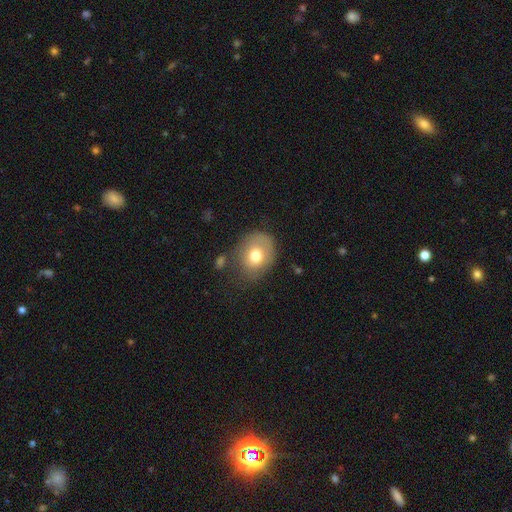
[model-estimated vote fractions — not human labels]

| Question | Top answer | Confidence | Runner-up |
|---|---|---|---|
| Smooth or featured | smooth | 71% | featured or disk (19%) |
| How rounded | round | 58% | in between (41%) |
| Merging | none | 57% | minor disturbance (26%) |